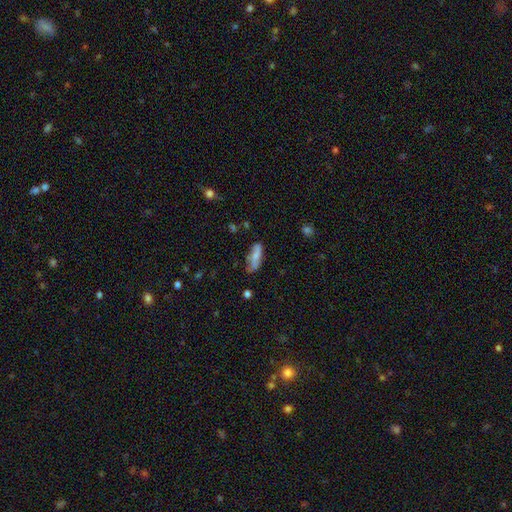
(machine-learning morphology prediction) Smooth or featured? smooth (67%)
How rounded? in between (54%)
Merging? none (65%)